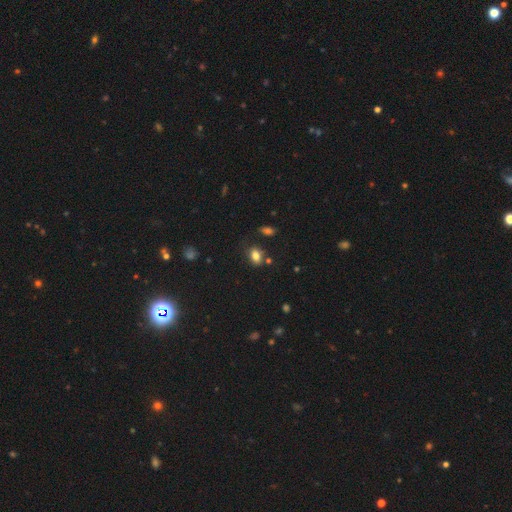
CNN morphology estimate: A smooth galaxy with no disk features (81%) that is in between round and cigar-shaped (77%).

Vote fractions:
- Smooth or featured? smooth: 81% / star or artifact: 11% / featured or disk: 8%
- How rounded? in between: 77% / round: 21% / cigar-shaped: 2%
- Merging? none: 71% / minor disturbance: 17% / merger: 7% / major disturbance: 5%